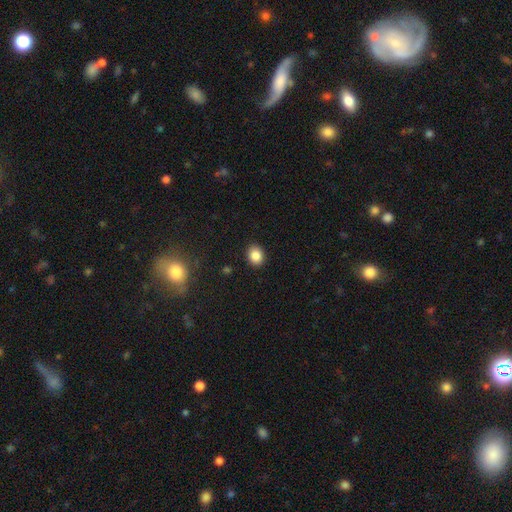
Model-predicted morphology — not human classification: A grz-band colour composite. It shows a smooth galaxy with no disk features (85%) that is round (52%). Merging: none (90%).